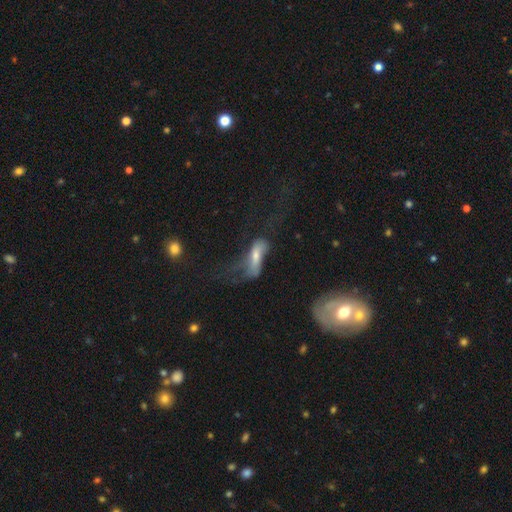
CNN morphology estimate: smooth 50%, featured or disk 40%, star or artifact 11%. Down the decision tree: merging — major disturbance (53%).